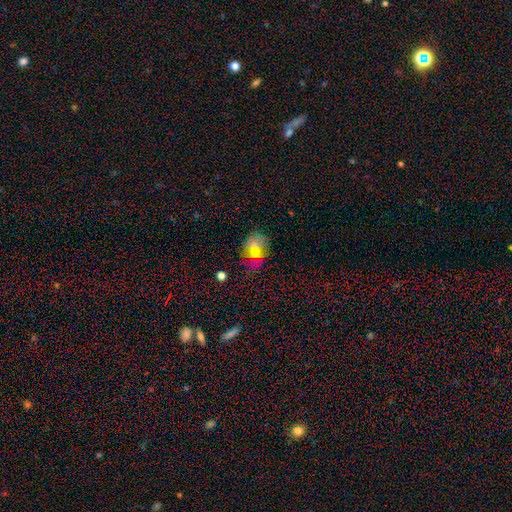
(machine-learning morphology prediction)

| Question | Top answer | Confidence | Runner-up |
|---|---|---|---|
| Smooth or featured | smooth | 60% | star or artifact (22%) |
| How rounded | in between | 71% | round (27%) |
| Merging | none | 61% | minor disturbance (19%) |